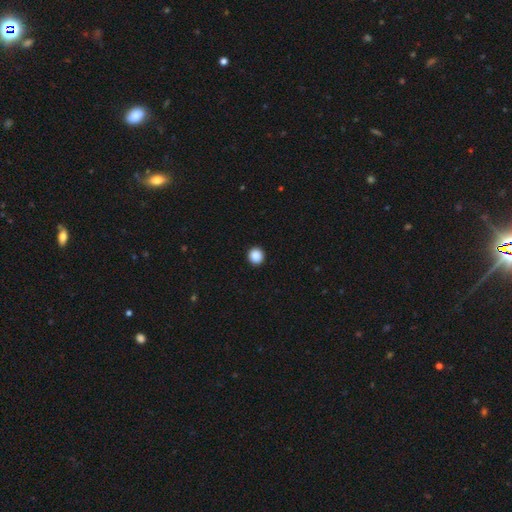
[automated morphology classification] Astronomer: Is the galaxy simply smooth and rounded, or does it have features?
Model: smooth — 89%.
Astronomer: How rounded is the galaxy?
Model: round — 94%.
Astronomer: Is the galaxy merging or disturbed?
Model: none — 94%.